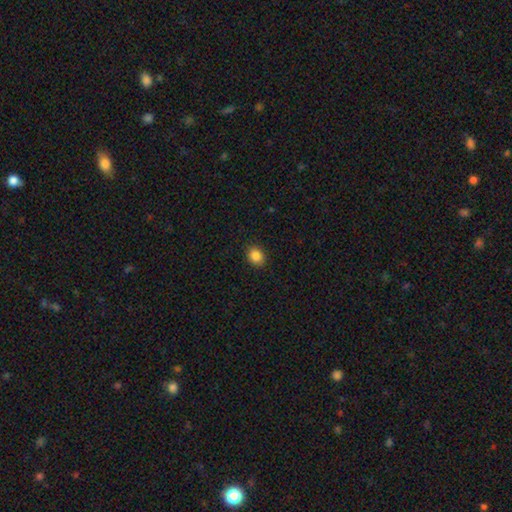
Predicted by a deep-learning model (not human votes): Smooth or featured? smooth (86%)
How rounded? round (57%)
Merging? none (89%)